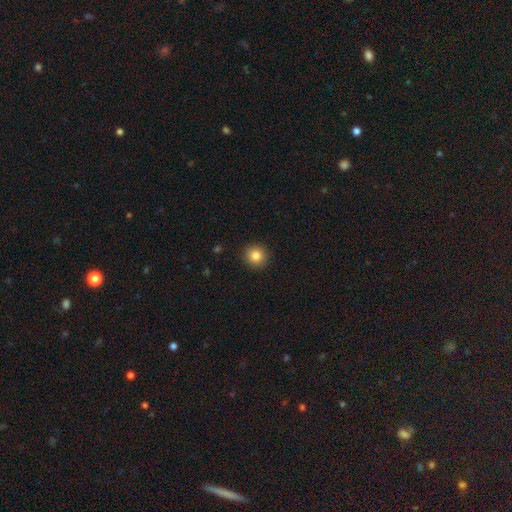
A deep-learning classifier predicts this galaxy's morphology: Smooth or featured?
  - smooth: 85% *
  - star or artifact: 10%
  - featured or disk: 5%
How rounded?
  - round: 93% *
  - in between: 7%
  - cigar-shaped: 1%
Merging?
  - none: 91% *
  - minor disturbance: 6%
  - major disturbance: 2%
  - merger: 1%